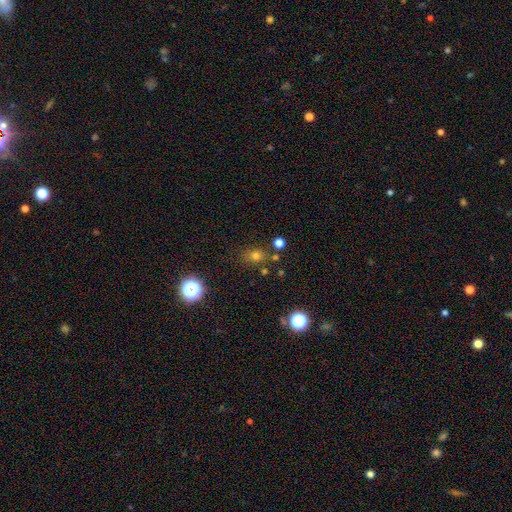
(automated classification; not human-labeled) Morphology: type=smooth (69%); roundness=in between (52%); merging=none (78%).